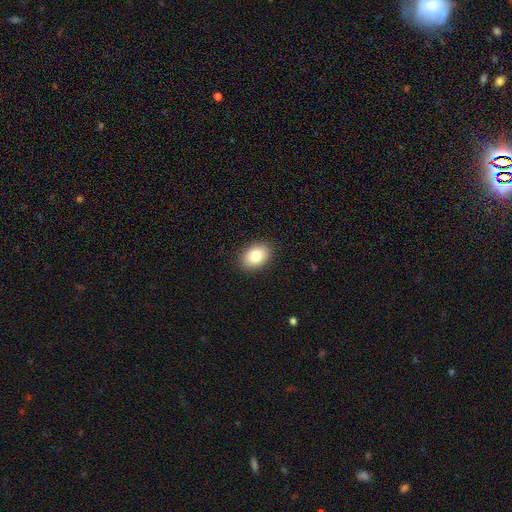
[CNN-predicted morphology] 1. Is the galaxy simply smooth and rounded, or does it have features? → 83% smooth, 9% featured or disk, 8% star or artifact.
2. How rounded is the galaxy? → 81% in between, 18% round, 1% cigar-shaped.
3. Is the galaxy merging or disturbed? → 89% none, 8% minor disturbance, 2% major disturbance, 1% merger.